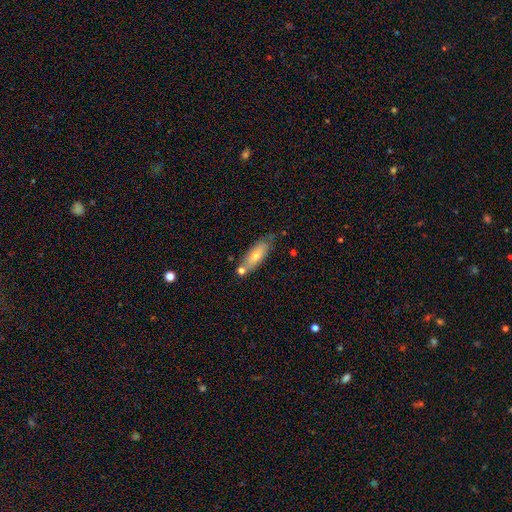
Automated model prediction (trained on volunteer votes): Morphology: type=smooth (71%); roundness=in between (59%); merging=none (64%).